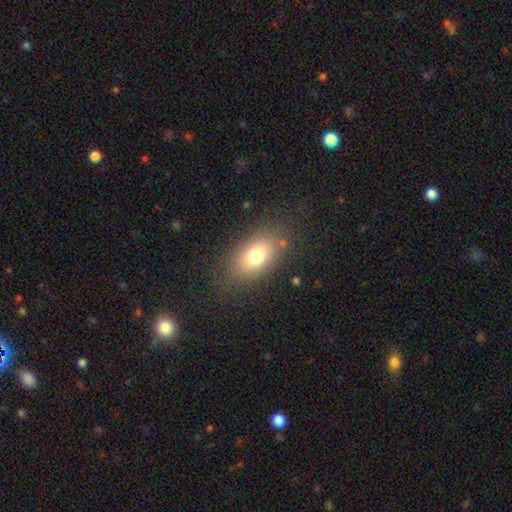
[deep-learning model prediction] Smooth or featured?
  - smooth: 75% *
  - featured or disk: 14%
  - star or artifact: 11%
How rounded?
  - in between: 85% *
  - round: 12%
  - cigar-shaped: 3%
Merging?
  - none: 80% *
  - minor disturbance: 12%
  - major disturbance: 6%
  - merger: 2%